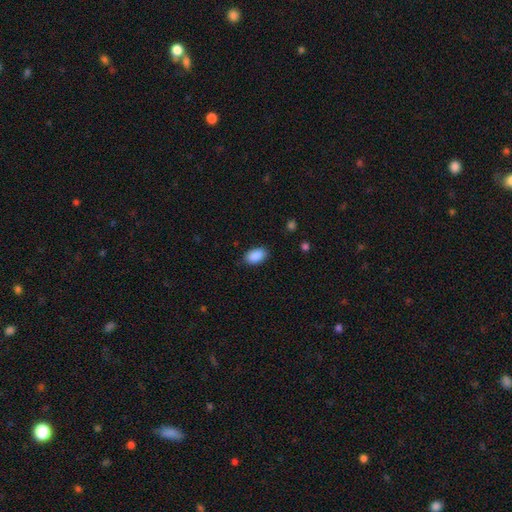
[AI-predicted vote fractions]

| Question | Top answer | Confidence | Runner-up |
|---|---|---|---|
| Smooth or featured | smooth | 90% | star or artifact (7%) |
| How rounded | in between | 93% | round (6%) |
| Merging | none | 85% | minor disturbance (12%) |